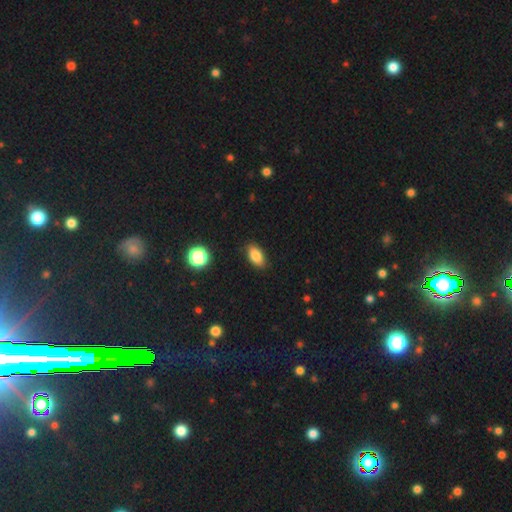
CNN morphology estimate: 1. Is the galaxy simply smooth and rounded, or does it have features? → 85% smooth, 9% star or artifact, 6% featured or disk.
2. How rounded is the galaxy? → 90% in between, 6% round, 4% cigar-shaped.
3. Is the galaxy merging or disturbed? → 87% none, 9% minor disturbance, 2% major disturbance, 1% merger.